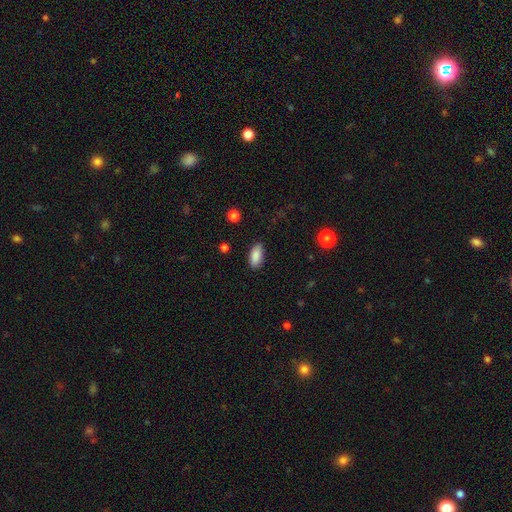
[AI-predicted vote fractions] Morphology: type=smooth (88%); roundness=in between (91%); merging=none (87%).